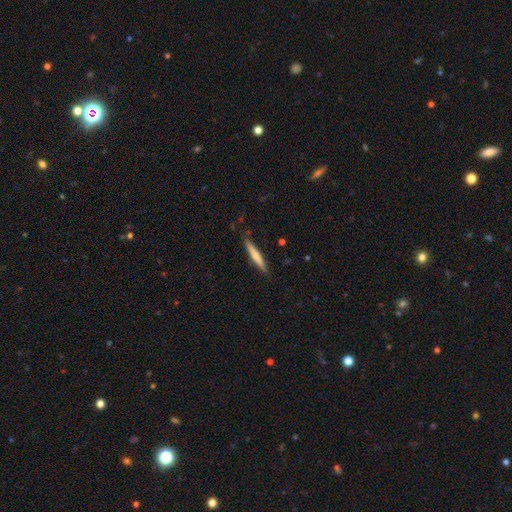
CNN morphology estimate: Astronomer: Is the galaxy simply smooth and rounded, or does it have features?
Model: smooth — 60%.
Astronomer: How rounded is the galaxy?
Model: cigar-shaped — 94%.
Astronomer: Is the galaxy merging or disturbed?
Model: none — 87%.